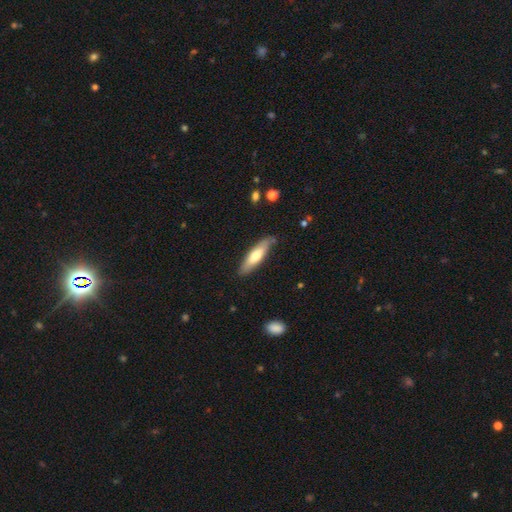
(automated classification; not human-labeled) Q: Smooth or featured?
A: smooth (61%); runner-up: featured or disk (33%)
Q: How rounded?
A: cigar-shaped (67%); runner-up: in between (31%)
Q: Merging?
A: none (83%); runner-up: minor disturbance (13%)